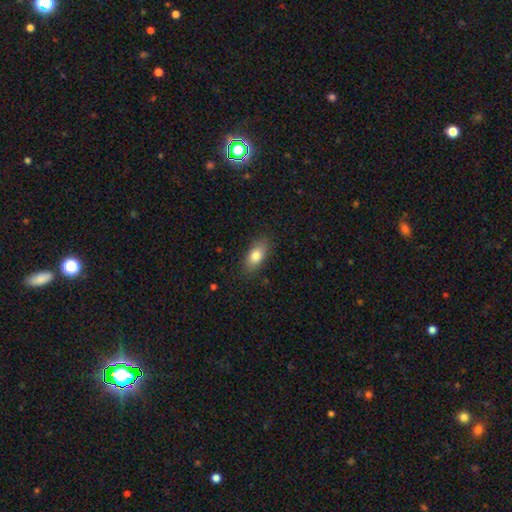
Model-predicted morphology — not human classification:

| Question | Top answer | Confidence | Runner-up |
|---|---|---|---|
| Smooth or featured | smooth | 80% | featured or disk (12%) |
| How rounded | in between | 86% | cigar-shaped (9%) |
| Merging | none | 84% | minor disturbance (12%) |